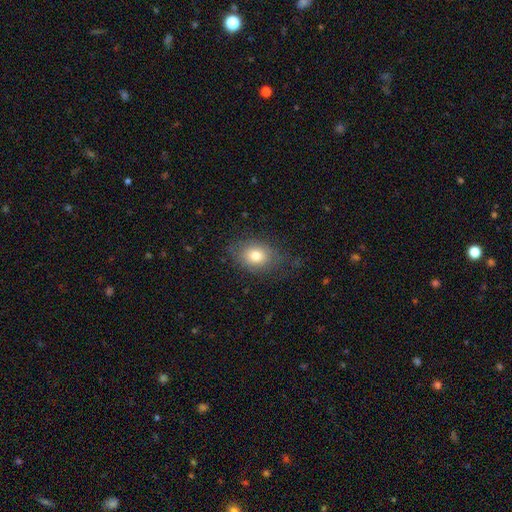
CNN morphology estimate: Overall: smooth (77%). How rounded: in between (66%; round 33%). Merging: none (67%).